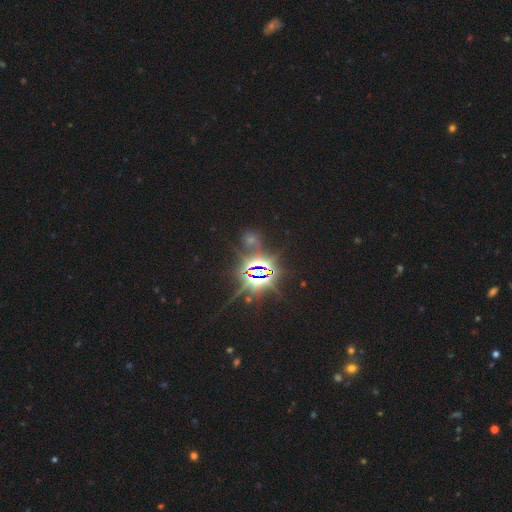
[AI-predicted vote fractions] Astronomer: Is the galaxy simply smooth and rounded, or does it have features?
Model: star or artifact — 77%.